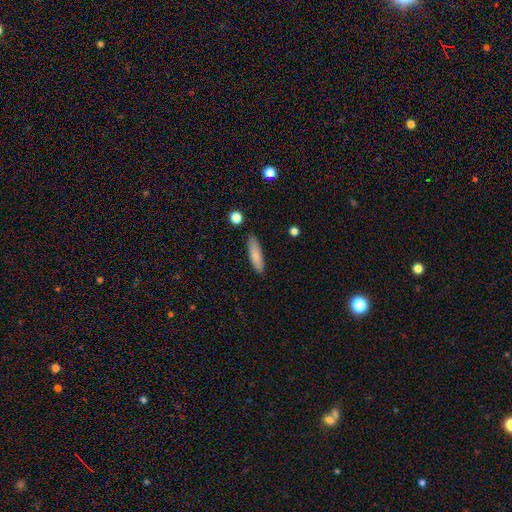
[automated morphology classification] This is clearly a smooth galaxy (81%). How rounded: likely cigar-shaped (65%). Merging: clearly none (86%).